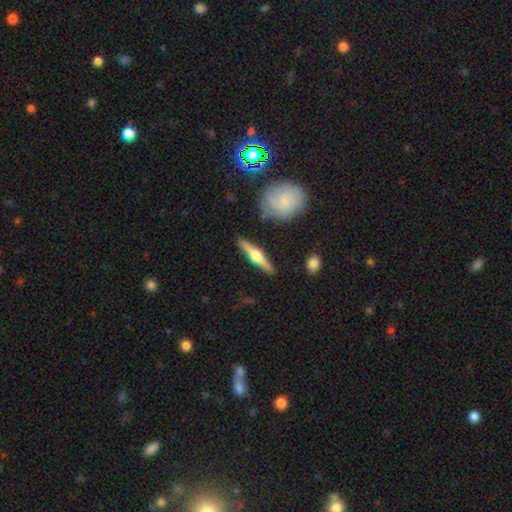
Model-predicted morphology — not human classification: featured or disk 75%, smooth 20%, star or artifact 5%. Down the decision tree: edge-on disk — yes (97%); edge-on bulge — rounded (95%); merging — none (89%).